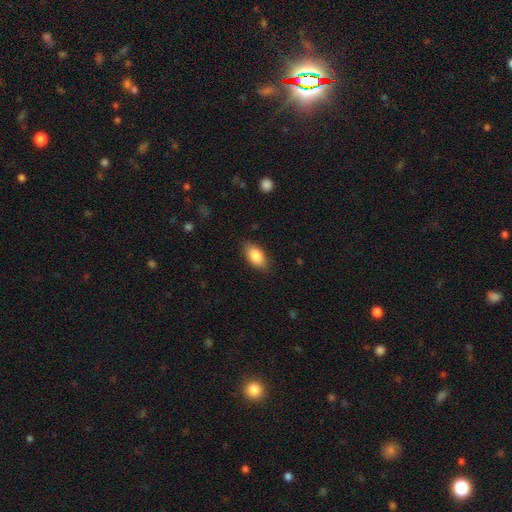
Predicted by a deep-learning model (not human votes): The model was most divided on "merging": none: 85%, minor disturbance: 11%, major disturbance: 3%, merger: 1%. More confident: how rounded — in between (92%); smooth or featured — smooth (85%).